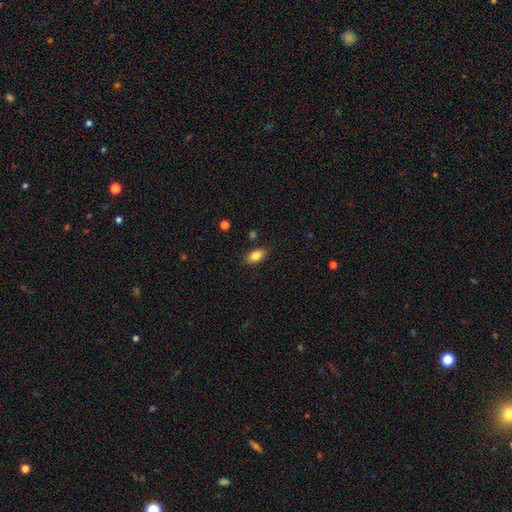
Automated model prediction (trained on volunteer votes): Overall: smooth (82%). How rounded: in between (89%). Merging: none (85%).